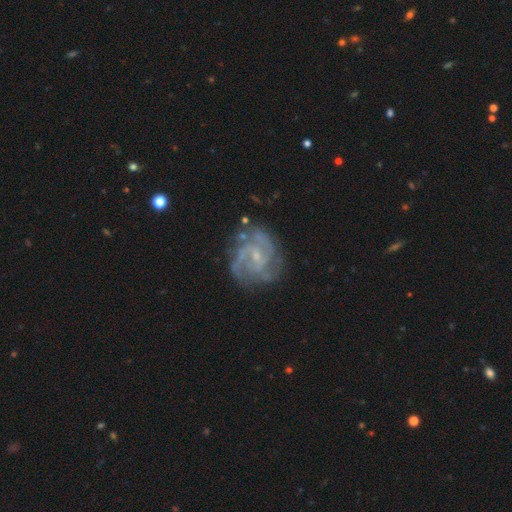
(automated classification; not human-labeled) A featured or disk galaxy (87%) with no bar (49%), 2 (31%) medium (46%) spiral arms (95%) and a small central bulge (74%). Merging: none (71%).